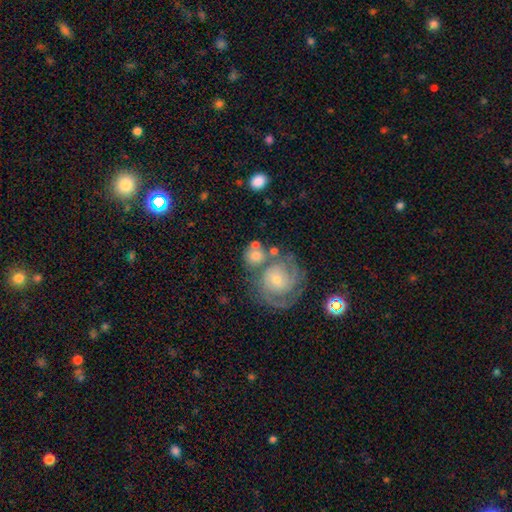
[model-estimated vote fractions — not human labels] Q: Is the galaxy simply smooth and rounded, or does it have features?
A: smooth — 51%.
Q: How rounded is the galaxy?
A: round — 82%.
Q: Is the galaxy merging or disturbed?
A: none — 54%.